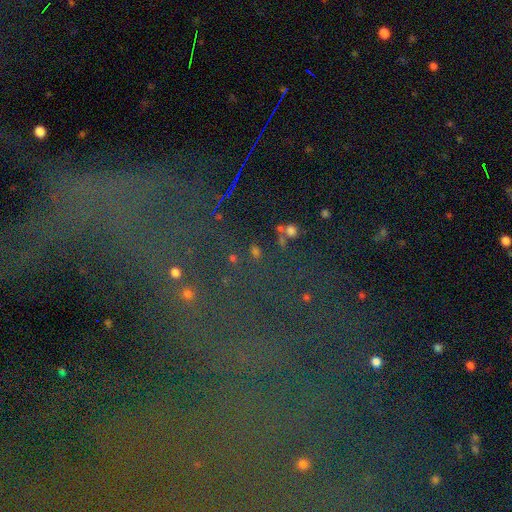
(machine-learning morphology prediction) This appears to be a star or artifact, not a galaxy (74%).